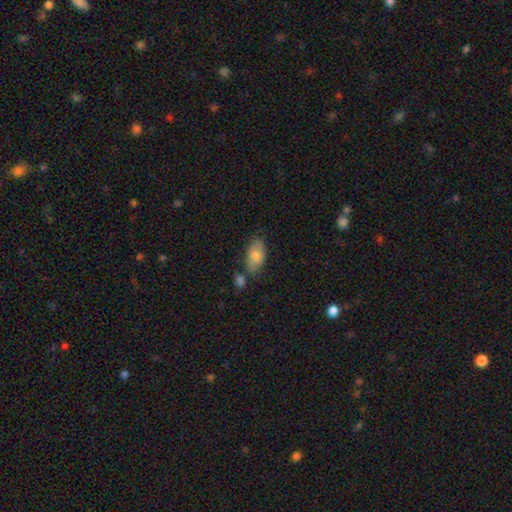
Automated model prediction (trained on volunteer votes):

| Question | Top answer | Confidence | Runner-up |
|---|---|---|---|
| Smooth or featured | smooth | 75% | featured or disk (17%) |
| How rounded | in between | 92% | round (5%) |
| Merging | none | 64% | minor disturbance (20%) |